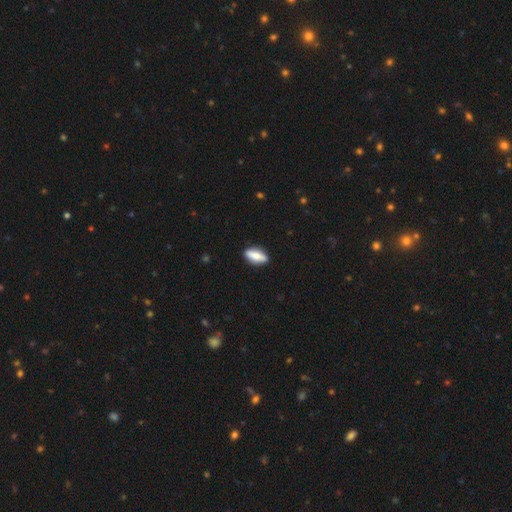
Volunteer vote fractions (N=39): Smooth or featured? 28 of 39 (72%) said smooth. How rounded? 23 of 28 (82%) said in between. Merging? 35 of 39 (90%) said none.